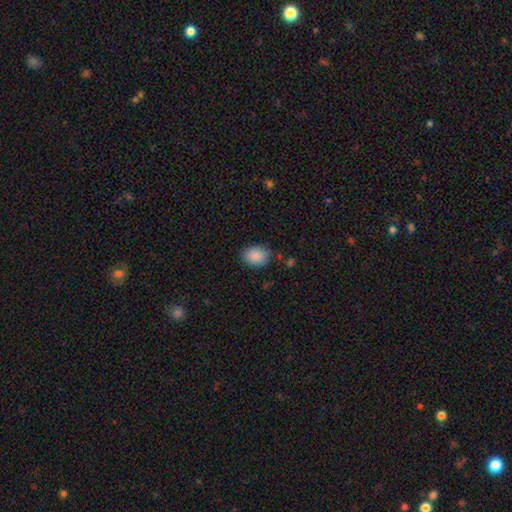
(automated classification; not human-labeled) Morphology: type=smooth (89%); roundness=in between (67%); merging=none (81%).